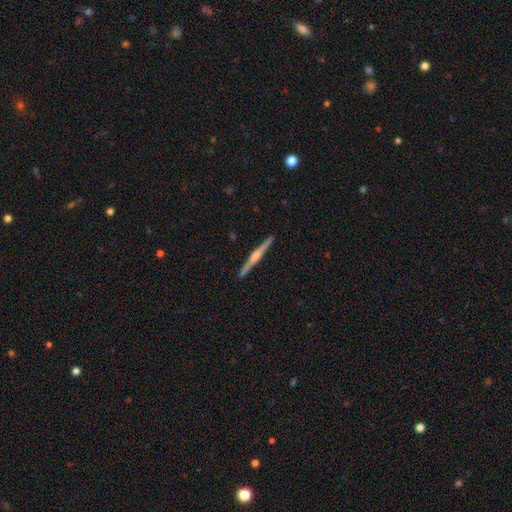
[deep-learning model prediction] Smooth or featured? Predicted: featured or disk (p=0.74). Edge-on disk? Predicted: yes (p=0.99). Edge-on bulge? Predicted: rounded (p=0.75). Merging? Predicted: none (p=0.92).